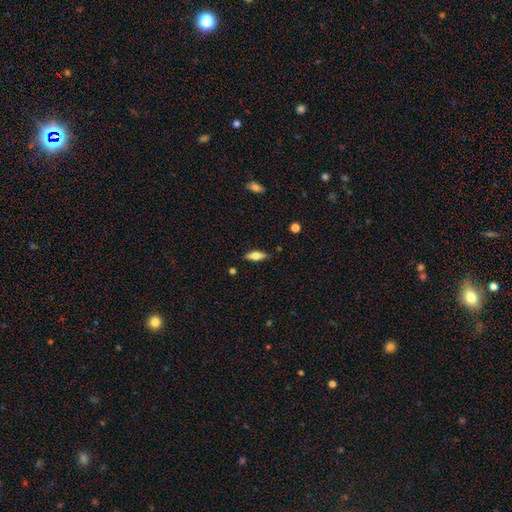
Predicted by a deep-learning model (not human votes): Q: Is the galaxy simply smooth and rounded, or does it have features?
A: smooth — 61%.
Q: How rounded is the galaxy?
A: in between — 60%.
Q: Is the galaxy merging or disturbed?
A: none — 83%.